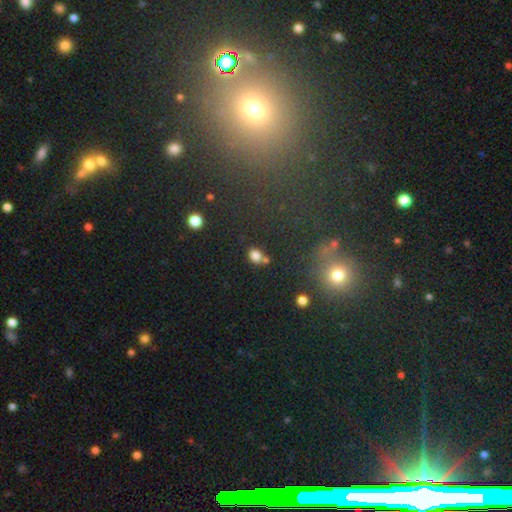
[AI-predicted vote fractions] The model was most divided on "how rounded": round: 58%, in between: 41%, cigar-shaped: 1%. More confident: smooth or featured — smooth (80%); merging — none (62%).